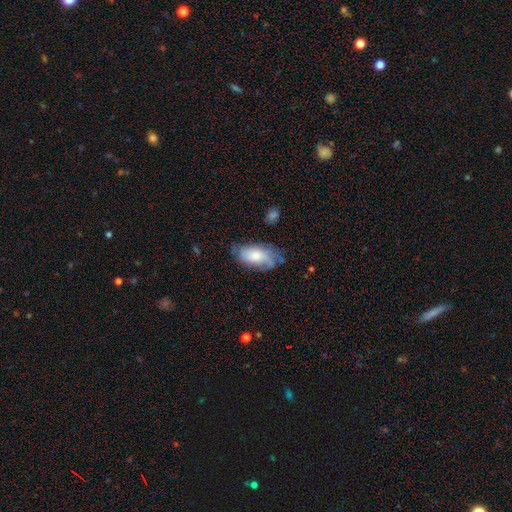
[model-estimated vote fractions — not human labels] Q: Smooth or featured?
A: smooth (61%); runner-up: featured or disk (31%)
Q: How rounded?
A: in between (92%); runner-up: cigar-shaped (5%)
Q: Merging?
A: none (56%); runner-up: minor disturbance (30%)